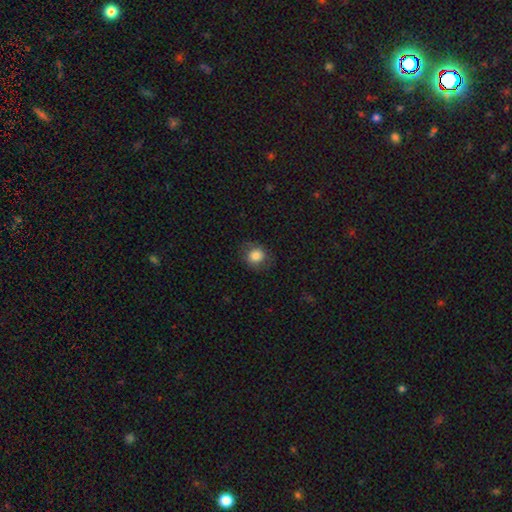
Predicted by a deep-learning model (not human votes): The model was most divided on "how rounded": round: 76%, in between: 23%, cigar-shaped: 1%. More confident: smooth or featured — smooth (82%); merging — none (79%).